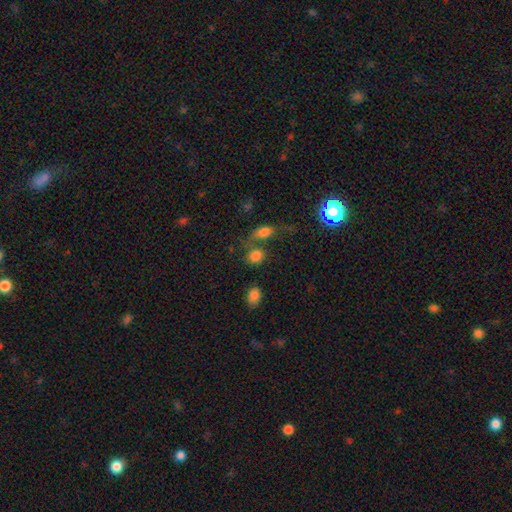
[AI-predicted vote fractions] Morphology: type=smooth (81%); roundness=round (58%); merging=none (50%).